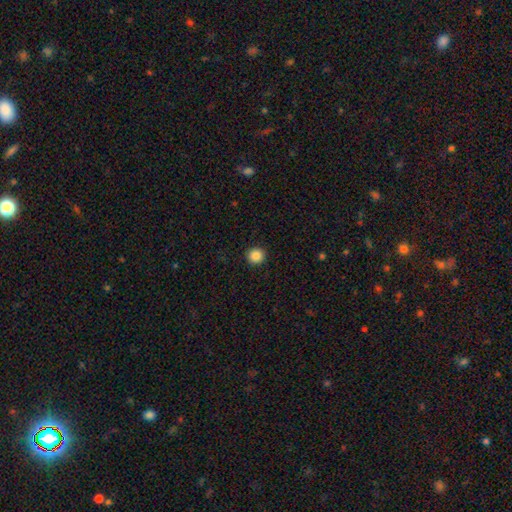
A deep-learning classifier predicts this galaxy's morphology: smooth-or-featured: smooth: 87% | star or artifact: 10% | featured or disk: 4%
  how-rounded: round: 93% | in between: 6% | cigar-shaped: 1%
  merging: none: 93% | minor disturbance: 4% | major disturbance: 2% | merger: 1%